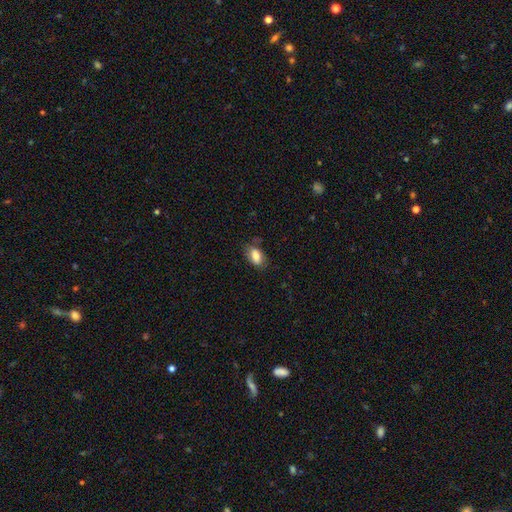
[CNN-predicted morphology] Smooth or featured? Predicted: smooth (p=0.84). How rounded? Predicted: in between (p=0.91). Merging? Predicted: none (p=0.69).